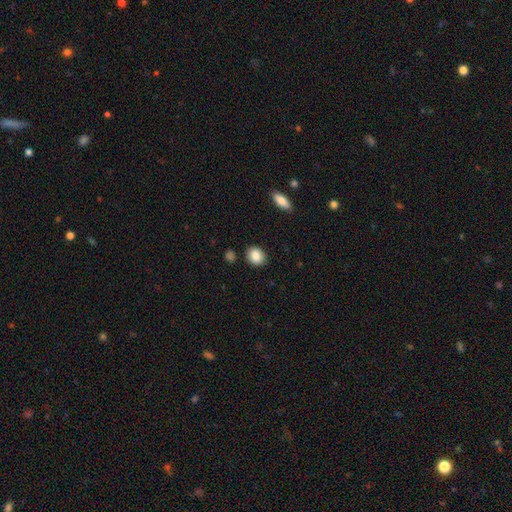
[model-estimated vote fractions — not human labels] smooth 86%, star or artifact 8%, featured or disk 6%. Down the decision tree: how rounded — round (55%); merging — none (88%).